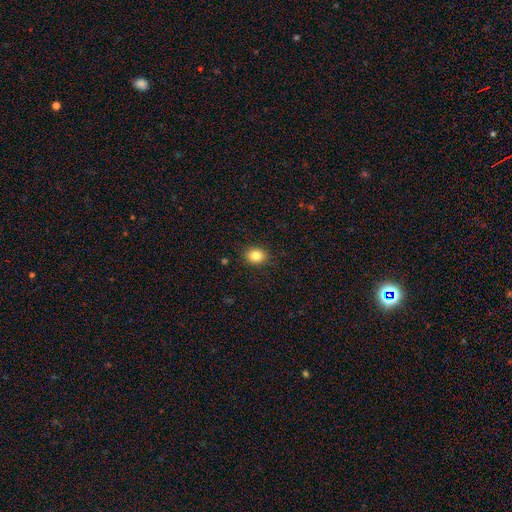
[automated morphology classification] Smooth or featured?
  - smooth: 83% *
  - star or artifact: 10%
  - featured or disk: 7%
How rounded?
  - round: 58% *
  - in between: 41%
  - cigar-shaped: 1%
Merging?
  - none: 89% *
  - minor disturbance: 8%
  - major disturbance: 2%
  - merger: 1%